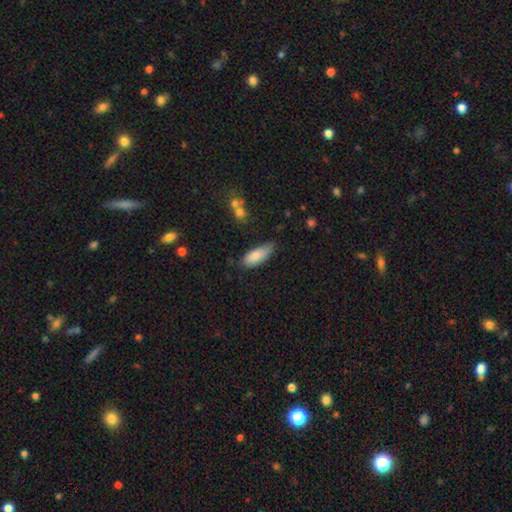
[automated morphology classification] A smooth galaxy with no disk features (83%) that is in between round and cigar-shaped (73%).

Vote fractions:
- Smooth or featured? smooth: 83% / featured or disk: 11% / star or artifact: 7%
- How rounded? in between: 73% / cigar-shaped: 25% / round: 2%
- Merging? none: 56% / minor disturbance: 35% / major disturbance: 7% / merger: 3%